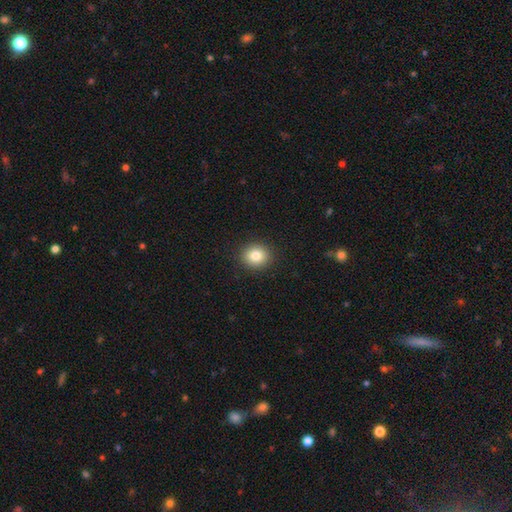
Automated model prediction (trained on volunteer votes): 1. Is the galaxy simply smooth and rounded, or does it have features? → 83% smooth, 10% star or artifact, 7% featured or disk.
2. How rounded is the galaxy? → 78% round, 21% in between, 1% cigar-shaped.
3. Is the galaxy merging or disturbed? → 91% none, 6% minor disturbance, 2% major disturbance, 1% merger.